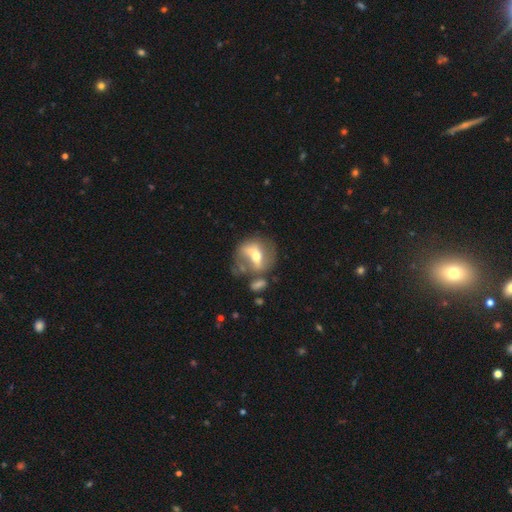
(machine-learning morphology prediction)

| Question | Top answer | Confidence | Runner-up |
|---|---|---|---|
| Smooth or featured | featured or disk | 61% | smooth (31%) |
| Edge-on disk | no | 85% | yes (15%) |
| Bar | strong | 47% | weak (30%) |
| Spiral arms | no | 56% | yes (44%) |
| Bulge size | moderate | 66% | small (21%) |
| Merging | none | 46% | minor disturbance (20%) |